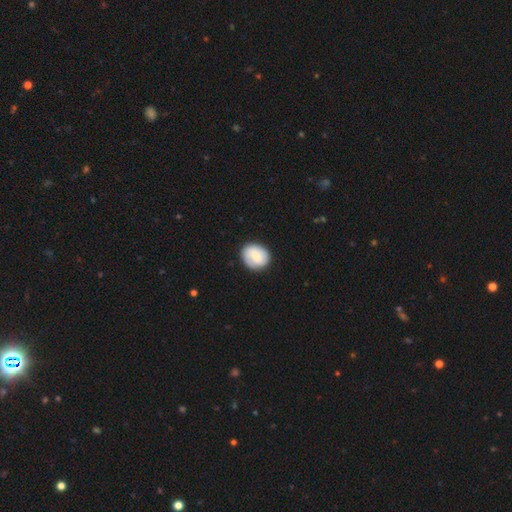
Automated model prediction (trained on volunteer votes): Morphology: type=smooth (74%); roundness=round (65%); merging=none (83%).